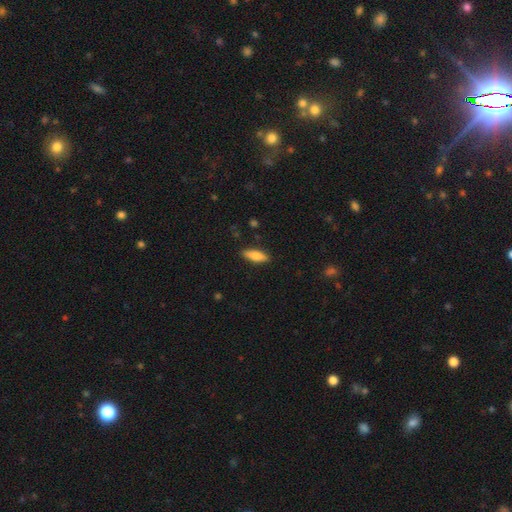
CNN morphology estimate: Smooth or featured? smooth (81%)
How rounded? in between (60%)
Merging? none (88%)